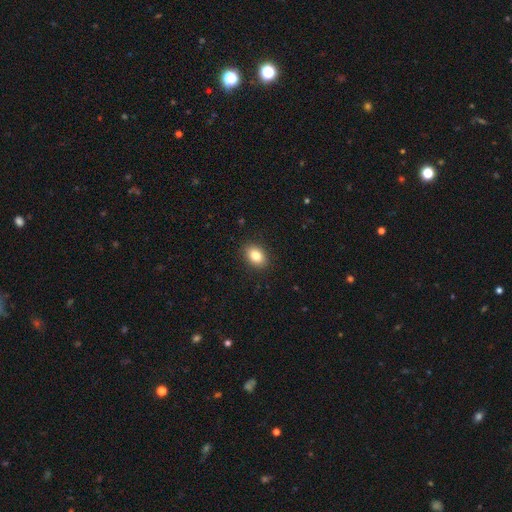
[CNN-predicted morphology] Smooth or featured? Predicted: smooth (p=0.83). How rounded? Predicted: in between (p=0.77). Merging? Predicted: none (p=0.90).